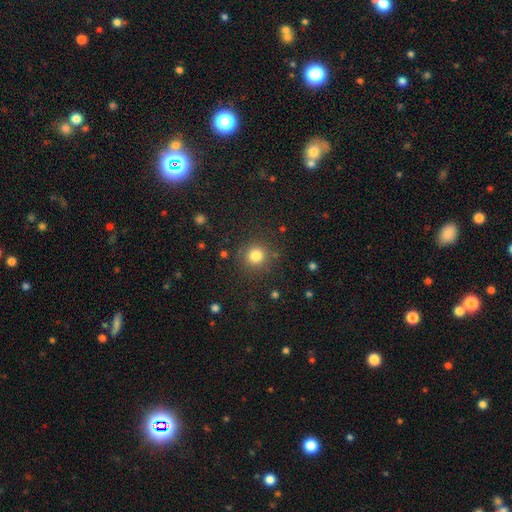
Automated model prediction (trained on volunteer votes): The model was most divided on "smooth or featured": smooth: 81%, star or artifact: 13%, featured or disk: 6%. More confident: how rounded — round (92%); merging — none (86%).